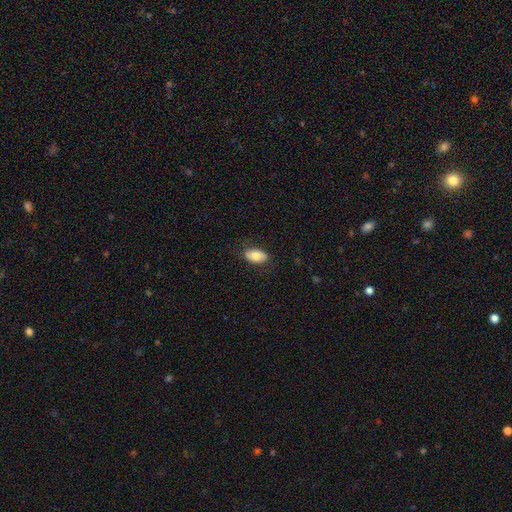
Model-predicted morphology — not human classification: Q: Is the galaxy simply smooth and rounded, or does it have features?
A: smooth — 76%.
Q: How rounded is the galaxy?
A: in between — 92%.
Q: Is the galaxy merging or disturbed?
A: none — 82%.